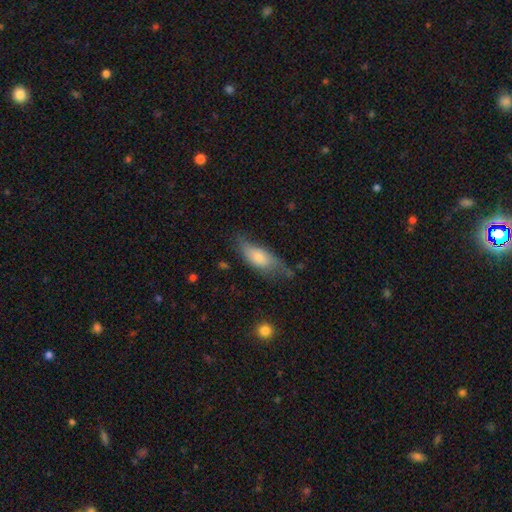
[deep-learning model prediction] Smooth or featured: smooth — 59% (featured or disk — 33%)
How rounded: in between — 74% (cigar-shaped — 23%)
Merging: none — 52% (minor disturbance — 34%)